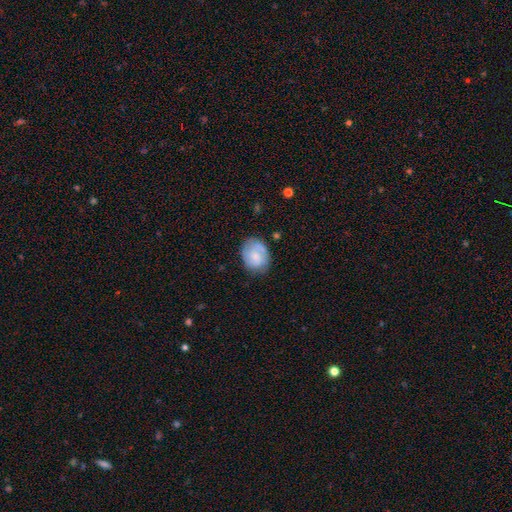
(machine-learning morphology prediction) type=smooth (53%); roundness=in between (63%); merging=none (68%).